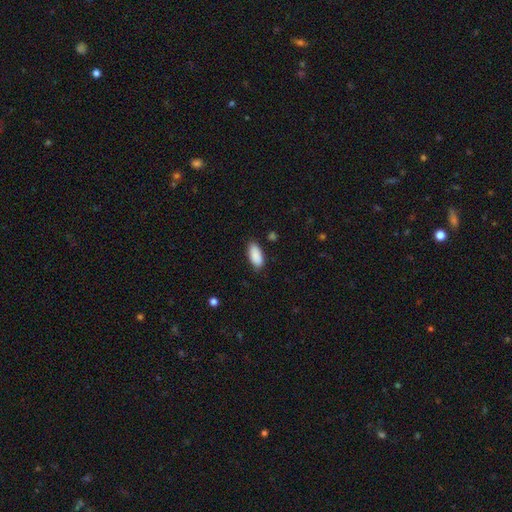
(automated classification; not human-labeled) smooth_or_featured: smooth (p=0.90) [alt: star or artifact p=0.06]
how_rounded: in between (p=0.89) [alt: cigar-shaped p=0.09]
merging: none (p=0.82) [alt: minor disturbance p=0.14]